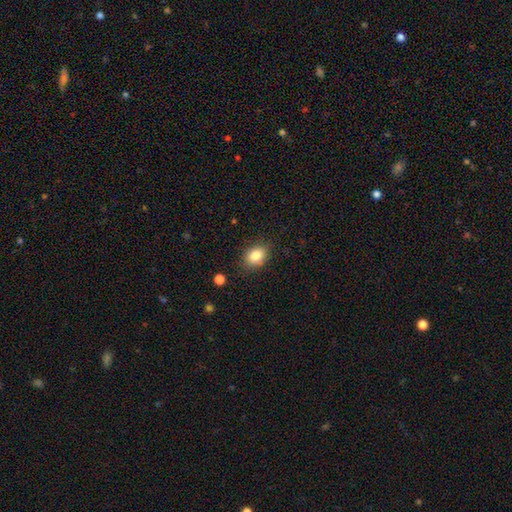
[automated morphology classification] A smooth galaxy with no disk features (83%) that is in between round and cigar-shaped (65%). Merging: none (83%).